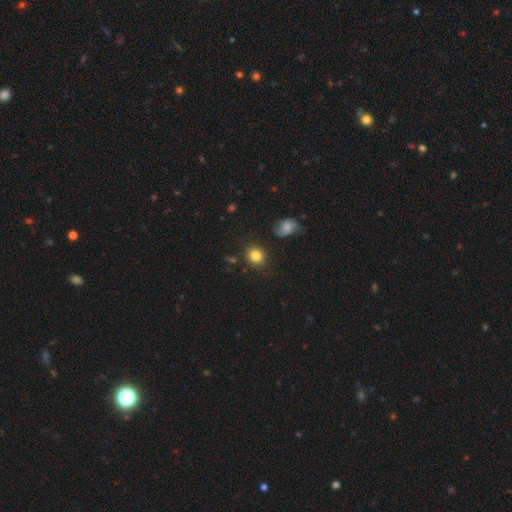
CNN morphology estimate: This appears to be a smooth galaxy with no disk features (82%) that is round (80%). Merging: none (83%).